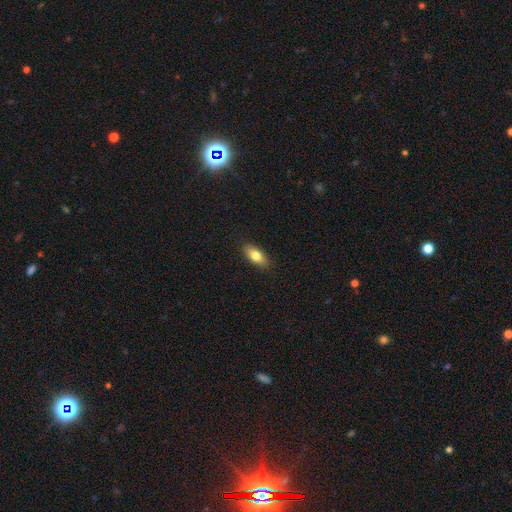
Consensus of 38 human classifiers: Smooth or featured: smooth — 71% (featured or disk — 24%)
How rounded: in between — 74% (cigar-shaped — 22%)
Merging: none — 81% (minor disturbance — 11%)